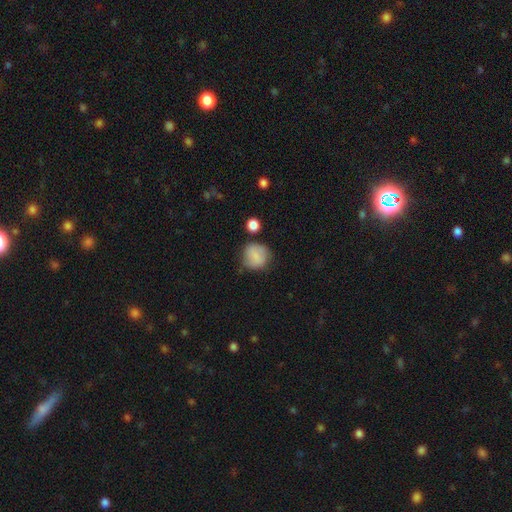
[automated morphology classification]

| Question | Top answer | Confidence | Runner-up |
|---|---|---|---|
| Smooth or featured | smooth | 81% | featured or disk (11%) |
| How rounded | round | 84% | in between (15%) |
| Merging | none | 69% | minor disturbance (20%) |